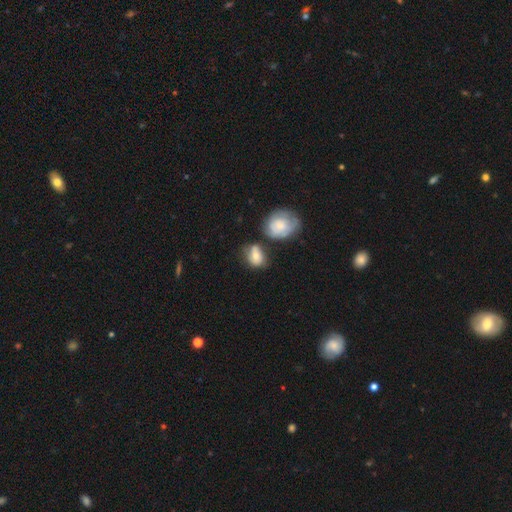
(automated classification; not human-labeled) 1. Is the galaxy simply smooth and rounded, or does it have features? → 70% smooth, 22% featured or disk, 9% star or artifact.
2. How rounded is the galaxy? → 59% in between, 39% round, 2% cigar-shaped.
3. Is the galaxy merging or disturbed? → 43% none, 24% minor disturbance, 23% merger, 10% major disturbance.